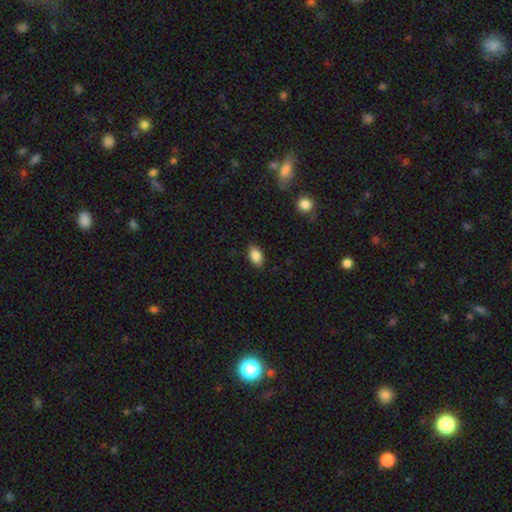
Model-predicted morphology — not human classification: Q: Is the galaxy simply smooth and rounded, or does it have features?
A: smooth — 84%.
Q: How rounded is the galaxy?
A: in between — 88%.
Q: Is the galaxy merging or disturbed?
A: none — 83%.